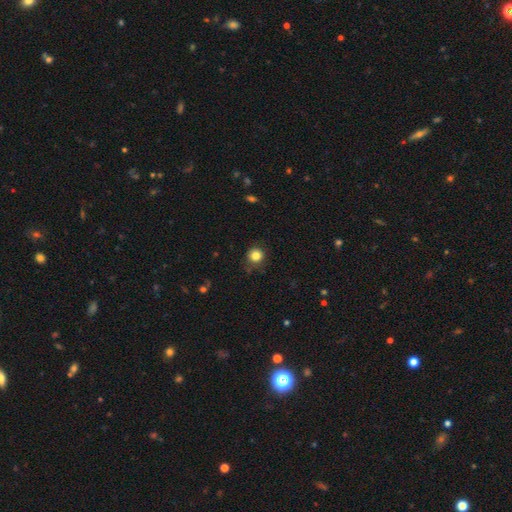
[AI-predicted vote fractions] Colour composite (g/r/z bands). It shows a smooth galaxy with no disk features (83%) that is round (92%). Merging: none (82%).